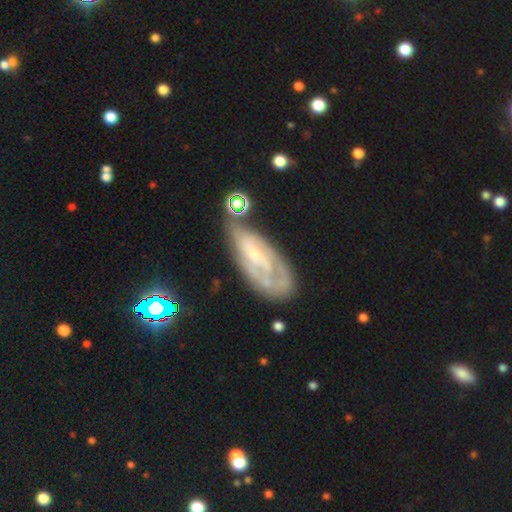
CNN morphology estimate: This is likely a featured or disk galaxy (65%). It is clearly not viewed edge-on (87%). Bar: likely no (64%). Spiral arm pattern: likely yes (66%). Central bulge: possibly small (56%). Merging: possibly none (58%).